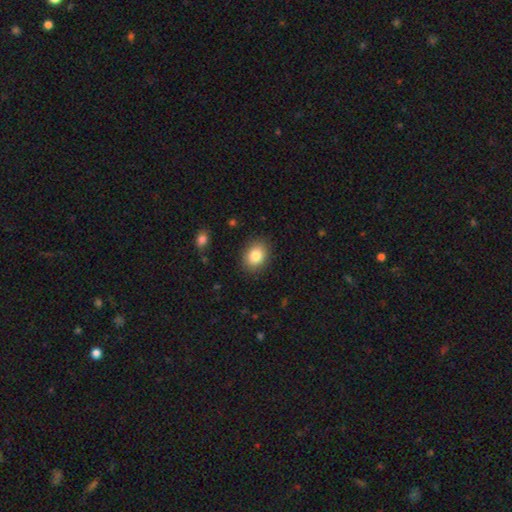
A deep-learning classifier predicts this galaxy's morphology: Smooth or featured? Predicted: smooth (p=0.83). How rounded? Predicted: in between (p=0.60). Merging? Predicted: none (p=0.87).